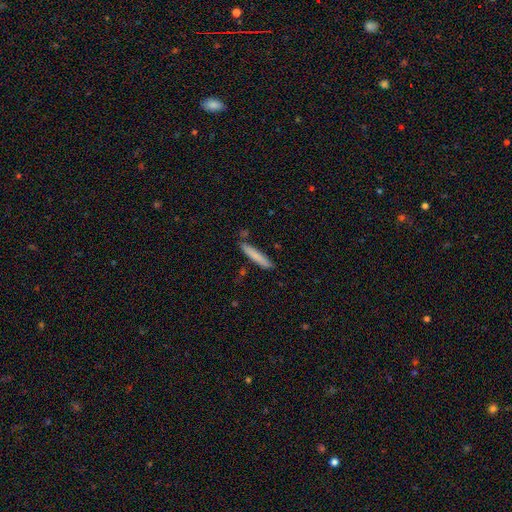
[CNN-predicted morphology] Smooth or featured?
  - smooth: 78% *
  - featured or disk: 16%
  - star or artifact: 6%
How rounded?
  - cigar-shaped: 93% *
  - in between: 6%
  - round: 1%
Merging?
  - none: 82% *
  - minor disturbance: 12%
  - merger: 4%
  - major disturbance: 2%